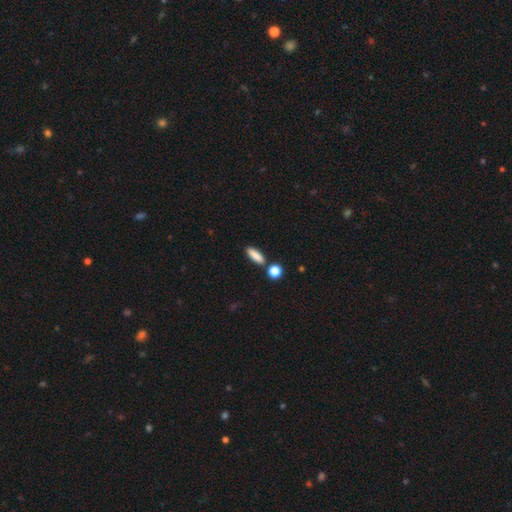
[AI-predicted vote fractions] smooth_or_featured: smooth (p=0.86) [alt: star or artifact p=0.07]
how_rounded: cigar-shaped (p=0.51) [alt: in between p=0.42]
merging: none (p=0.80) [alt: minor disturbance p=0.09]